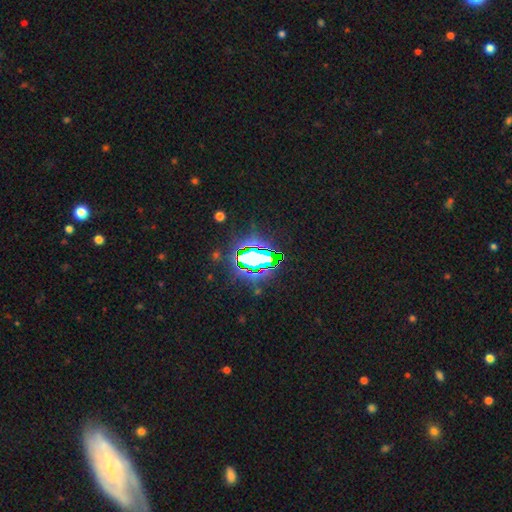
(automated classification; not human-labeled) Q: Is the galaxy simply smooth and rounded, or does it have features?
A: star or artifact — 84%.